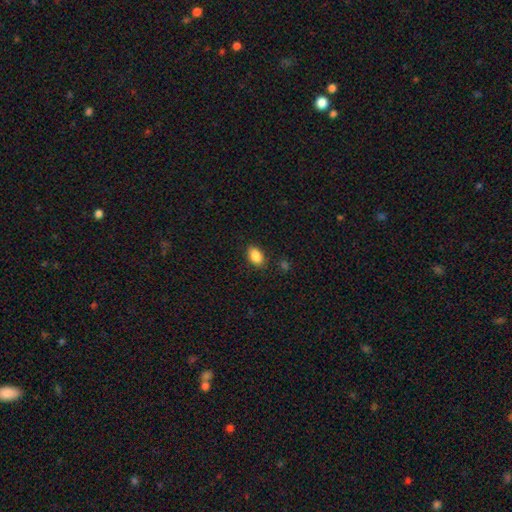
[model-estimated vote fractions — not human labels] smooth-or-featured: smooth: 88% | star or artifact: 8% | featured or disk: 4%
  how-rounded: in between: 87% | round: 11% | cigar-shaped: 2%
  merging: none: 86% | minor disturbance: 10% | major disturbance: 3% | merger: 1%